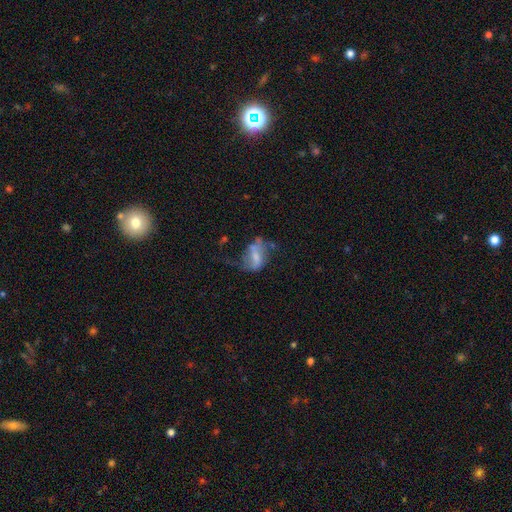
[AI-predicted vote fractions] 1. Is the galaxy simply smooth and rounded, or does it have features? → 57% featured or disk, 34% smooth, 9% star or artifact.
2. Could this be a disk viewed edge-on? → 95% no, 5% yes.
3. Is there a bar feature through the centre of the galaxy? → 41% weak, 33% strong, 26% no.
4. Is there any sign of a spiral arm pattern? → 65% yes, 35% no.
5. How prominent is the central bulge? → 32% small, 31% moderate, 29% none, 7% large, 2% dominant.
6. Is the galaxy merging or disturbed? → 35% major disturbance (tied), 35% none (tied), 24% minor disturbance, 6% merger.